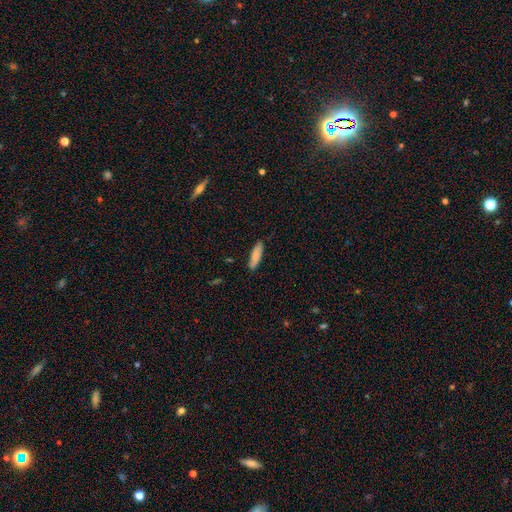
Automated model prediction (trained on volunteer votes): smooth-or-featured: smooth: 84% | featured or disk: 10% | star or artifact: 6%
  how-rounded: cigar-shaped: 62% | in between: 37% | round: 1%
  merging: none: 81% | minor disturbance: 15% | major disturbance: 2% | merger: 2%